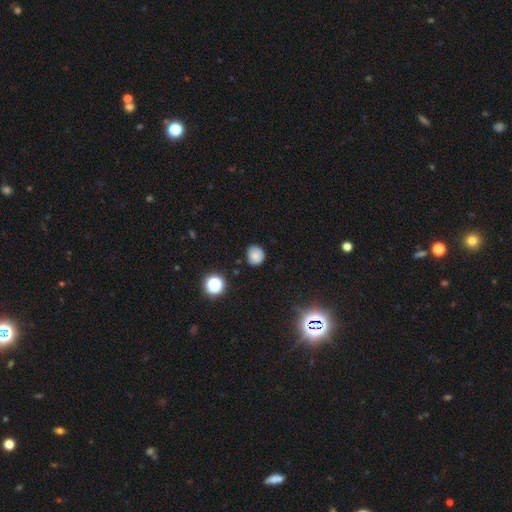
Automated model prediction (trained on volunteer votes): smooth 76%, star or artifact 13%, featured or disk 11%. Down the decision tree: how rounded — round (78%); merging — none (74%).